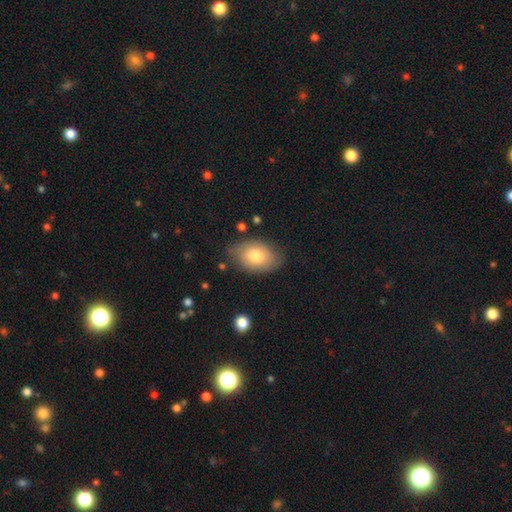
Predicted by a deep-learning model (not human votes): A smooth galaxy with no disk features (74%) that is in between round and cigar-shaped (83%). Merging: none (73%).